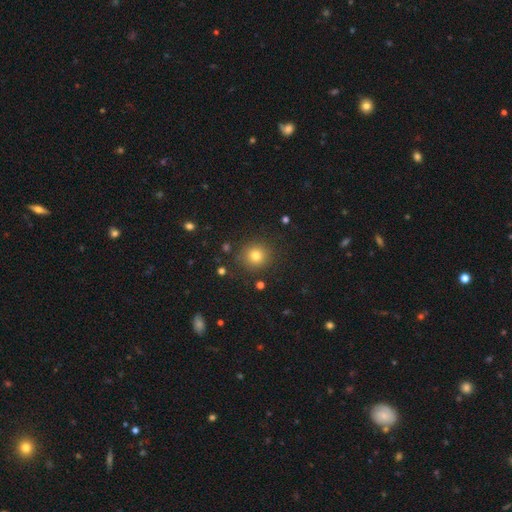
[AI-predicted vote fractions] This appears to be a smooth galaxy with no disk features (79%) that is round (92%). Merging: none (88%).